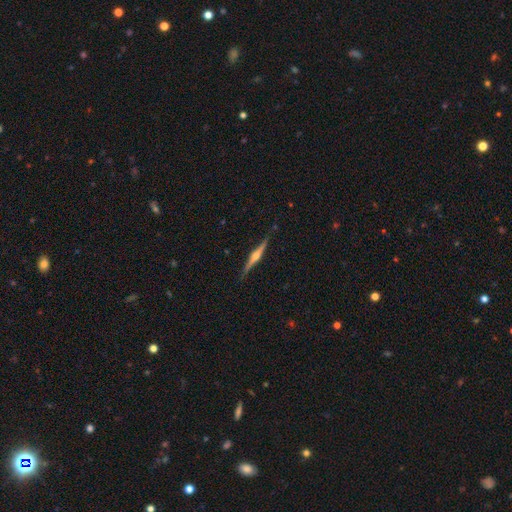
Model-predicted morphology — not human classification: A featured or disk galaxy (79%) viewed edge-on (98%) with a rounded central bulge (91%). Merging: none (88%).